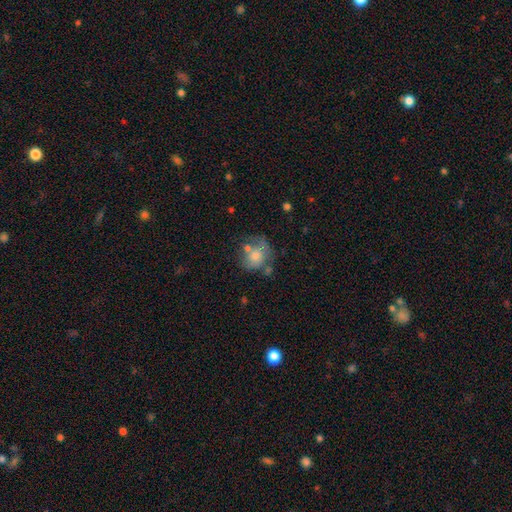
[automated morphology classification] Overall: smooth (57%; featured or disk 32%). How rounded: round (66%; in between 33%). Merging: none (44%; minor disturbance 24%).